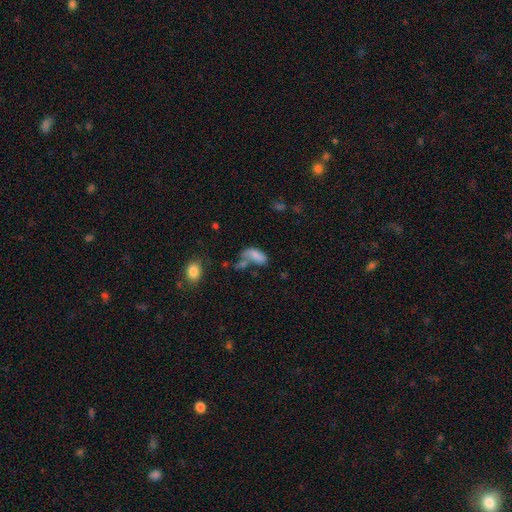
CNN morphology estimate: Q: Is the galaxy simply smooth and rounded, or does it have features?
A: smooth — 76%.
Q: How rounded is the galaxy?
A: in between — 87%.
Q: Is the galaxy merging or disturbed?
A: merger — 34%.